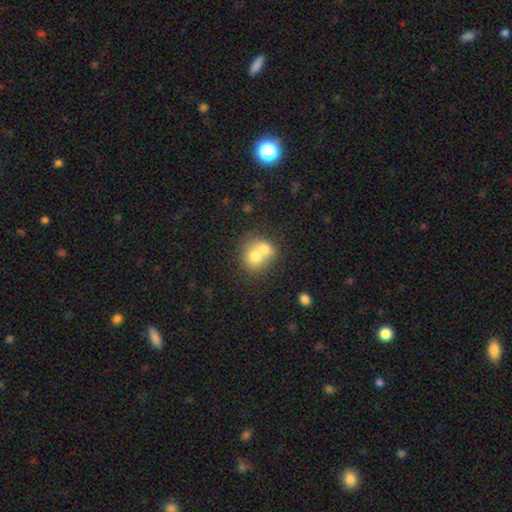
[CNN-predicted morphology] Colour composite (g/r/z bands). It shows a smooth galaxy with no disk features (69%) that is round (70%). Merging: merger (68%).